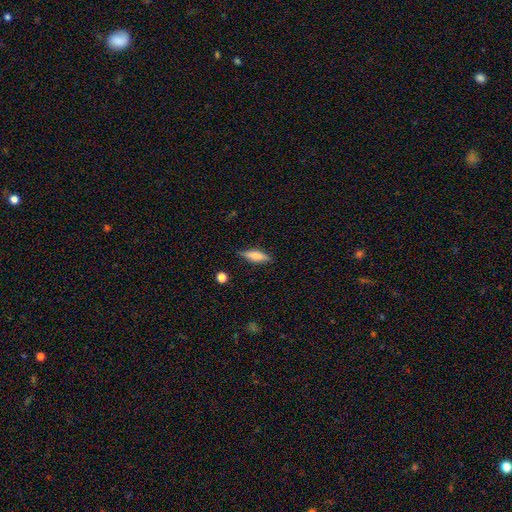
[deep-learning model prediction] Smooth or featured? smooth (61%)
How rounded? cigar-shaped (59%)
Merging? none (83%)